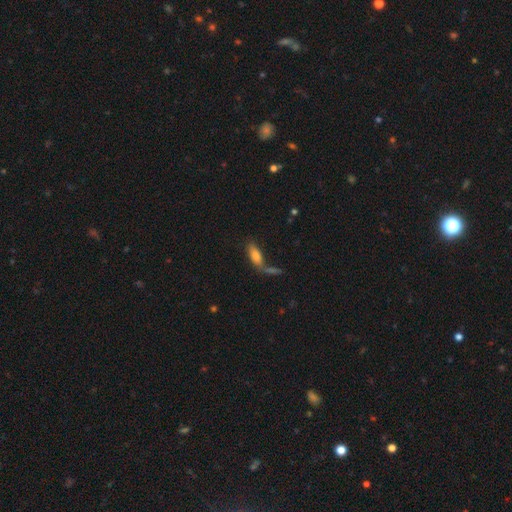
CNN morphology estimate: Q: Smooth or featured?
A: smooth (72%); runner-up: featured or disk (17%)
Q: How rounded?
A: in between (69%); runner-up: cigar-shaped (28%)
Q: Merging?
A: none (45%); runner-up: merger (33%)